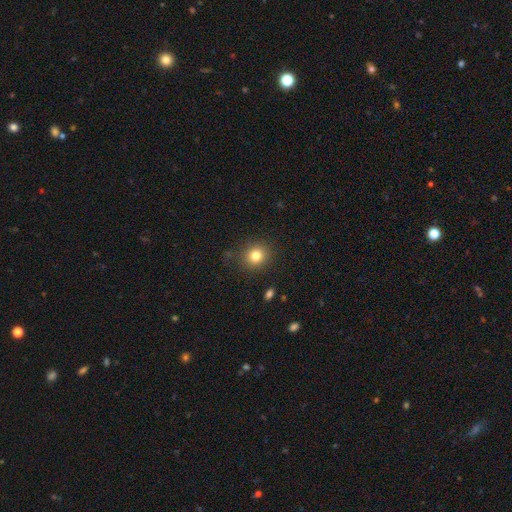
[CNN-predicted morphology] Smooth or featured?
  - smooth: 81% *
  - star or artifact: 12%
  - featured or disk: 7%
How rounded?
  - round: 83% *
  - in between: 16%
  - cigar-shaped: 1%
Merging?
  - none: 87% *
  - minor disturbance: 8%
  - major disturbance: 3%
  - merger: 1%